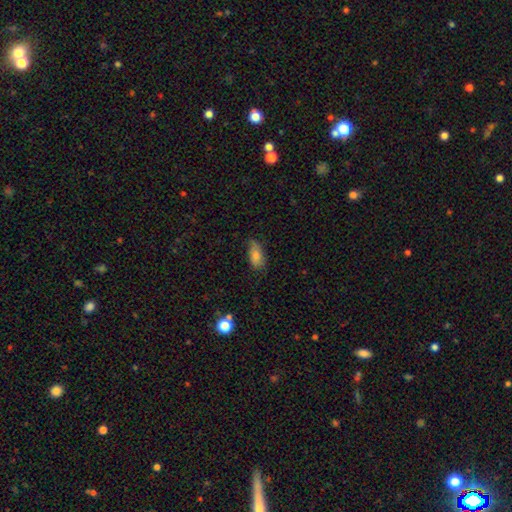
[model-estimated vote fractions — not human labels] Smooth or featured: smooth — 78% (featured or disk — 13%)
How rounded: in between — 86% (cigar-shaped — 10%)
Merging: none — 67% (minor disturbance — 26%)